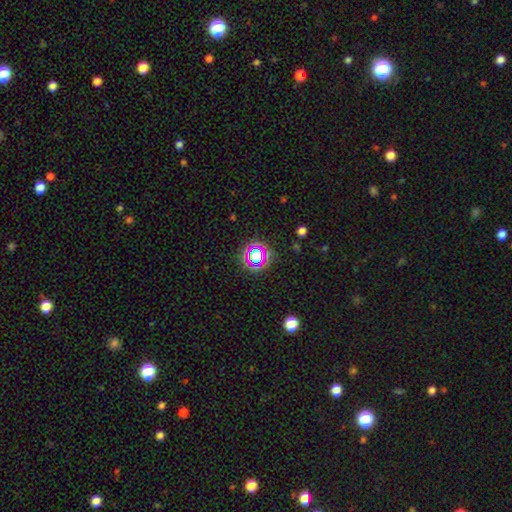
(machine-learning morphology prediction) Smooth or featured? star or artifact (57%)